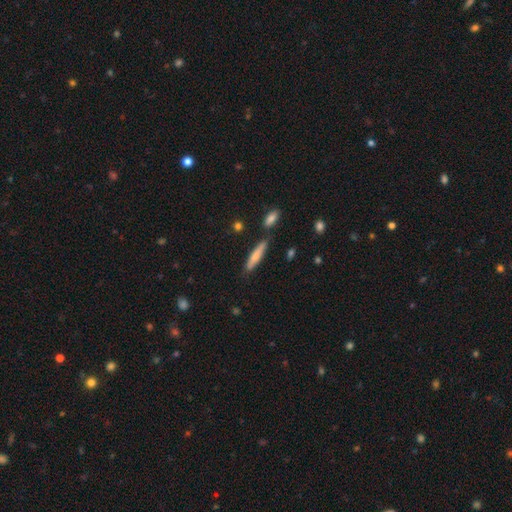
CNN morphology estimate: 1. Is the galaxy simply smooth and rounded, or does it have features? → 73% smooth, 21% featured or disk, 6% star or artifact.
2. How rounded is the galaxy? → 86% cigar-shaped, 12% in between, 2% round.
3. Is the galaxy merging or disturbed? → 79% none, 12% minor disturbance, 7% merger, 2% major disturbance.